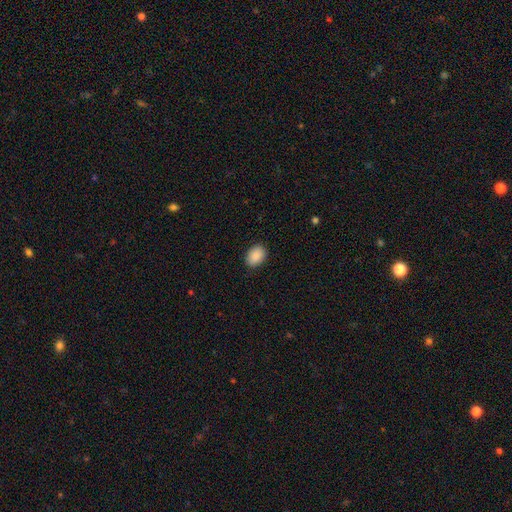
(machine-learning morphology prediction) smooth-or-featured: smooth: 90% | star or artifact: 7% | featured or disk: 3%
  how-rounded: in between: 75% | round: 24% | cigar-shaped: 1%
  merging: none: 88% | minor disturbance: 9% | major disturbance: 2% | merger: 1%